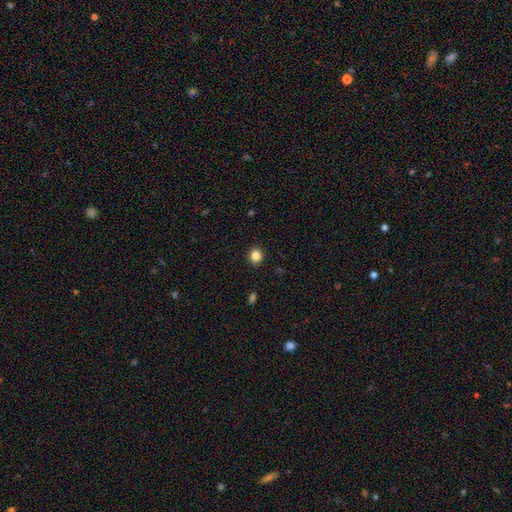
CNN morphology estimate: Q: Smooth or featured?
A: smooth (85%); runner-up: star or artifact (11%)
Q: How rounded?
A: round (78%); runner-up: in between (21%)
Q: Merging?
A: none (92%); runner-up: minor disturbance (6%)